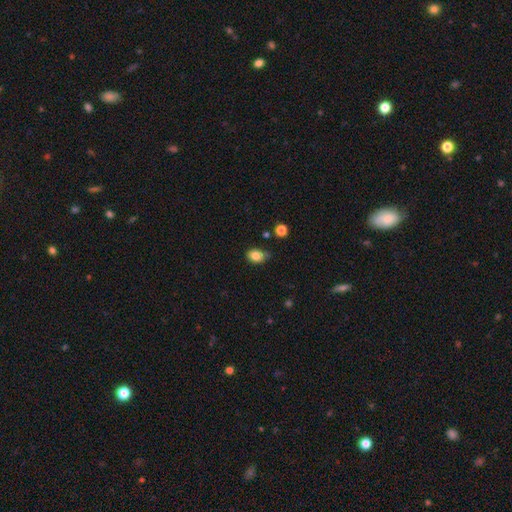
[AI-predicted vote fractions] Overall: smooth (81%). How rounded: in between (61%; round 38%). Merging: none (55%; minor disturbance 35%).